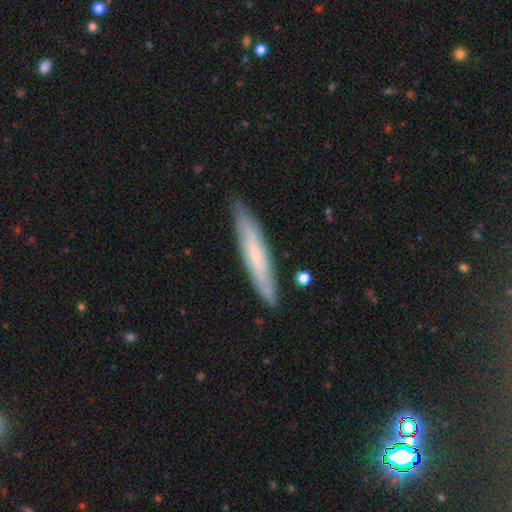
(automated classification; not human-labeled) This appears to be a smooth galaxy with no disk features (53%) that is cigar-shaped (91%). Merging: none (86%).